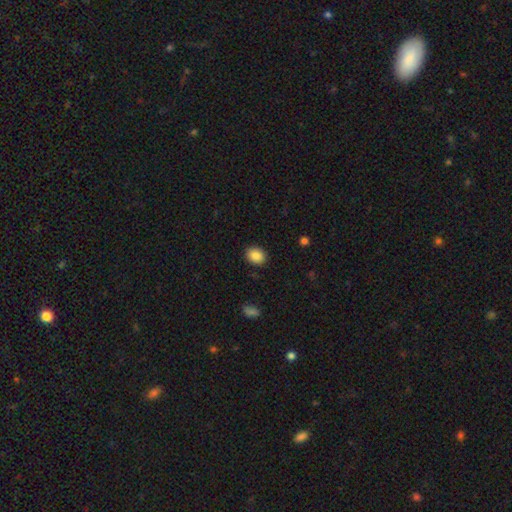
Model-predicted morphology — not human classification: The model was most divided on "how rounded": in between: 55%, round: 44%, cigar-shaped: 1%. More confident: merging — none (89%); smooth or featured — smooth (88%).